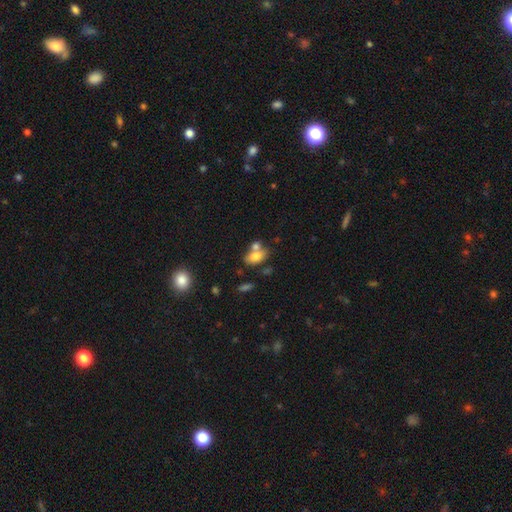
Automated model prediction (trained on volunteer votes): Smooth or featured? Predicted: smooth (p=0.75). How rounded? Predicted: in between (p=0.83). Merging? Predicted: merger (p=0.43).